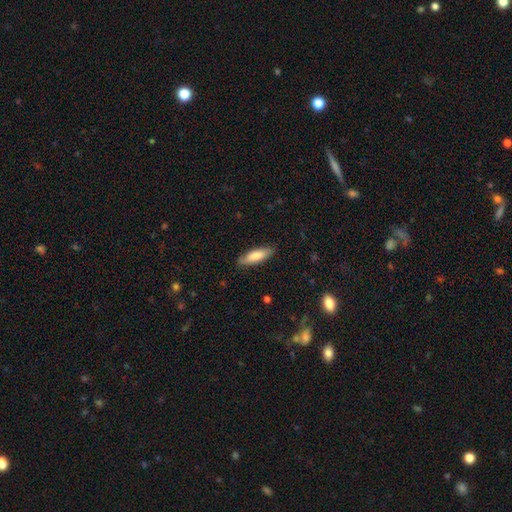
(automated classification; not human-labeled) Q: Smooth or featured?
A: smooth (79%); runner-up: featured or disk (16%)
Q: How rounded?
A: cigar-shaped (52%); runner-up: in between (46%)
Q: Merging?
A: none (84%); runner-up: minor disturbance (12%)